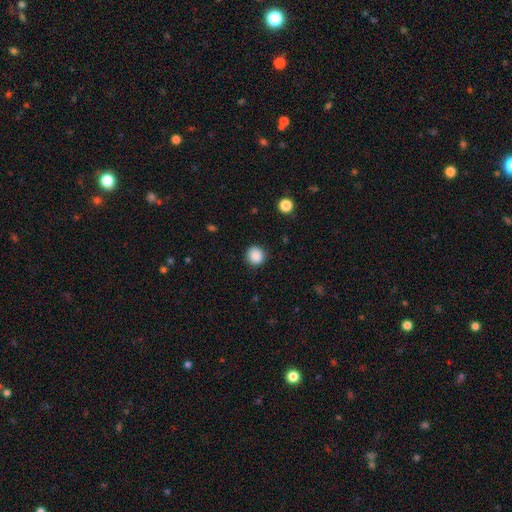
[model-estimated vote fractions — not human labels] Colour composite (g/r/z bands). It shows a smooth galaxy with no disk features (88%) that is round (90%). Merging: none (90%).